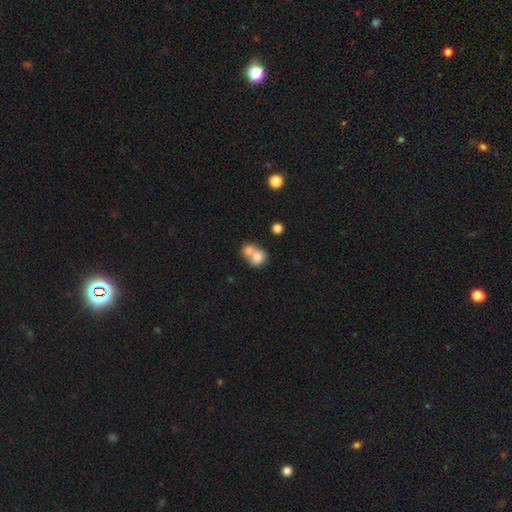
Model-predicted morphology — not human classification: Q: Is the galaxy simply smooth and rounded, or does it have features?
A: smooth — 77%.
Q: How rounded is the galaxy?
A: round — 66%.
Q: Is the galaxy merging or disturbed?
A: merger — 67%.